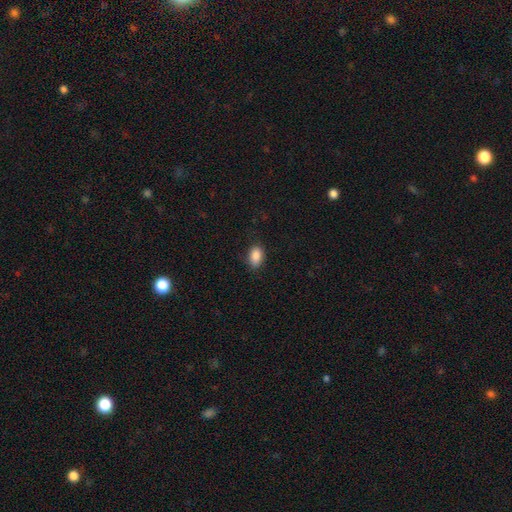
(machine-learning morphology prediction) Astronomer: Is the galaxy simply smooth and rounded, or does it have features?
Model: smooth — 87%.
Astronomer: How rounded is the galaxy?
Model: in between — 88%.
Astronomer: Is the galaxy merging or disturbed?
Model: none — 83%.